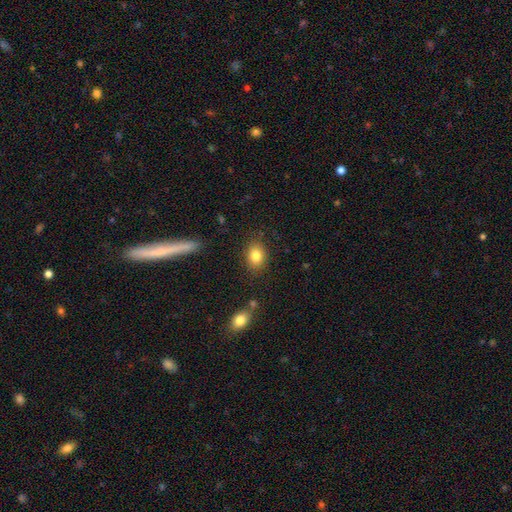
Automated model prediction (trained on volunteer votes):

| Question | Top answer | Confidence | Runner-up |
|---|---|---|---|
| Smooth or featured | smooth | 82% | star or artifact (10%) |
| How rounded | in between | 59% | round (40%) |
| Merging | none | 84% | minor disturbance (11%) |